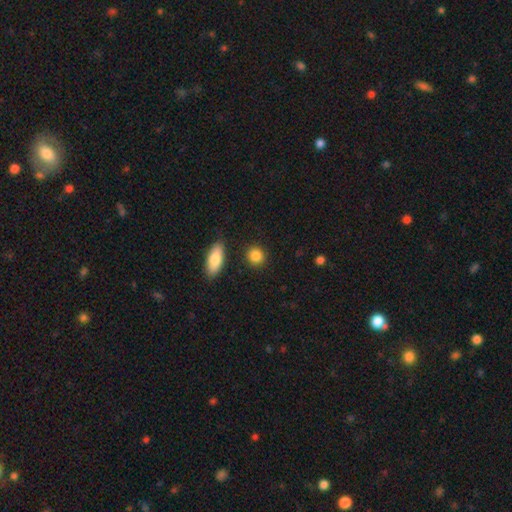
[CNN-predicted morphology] Smooth or featured: smooth — 87% (star or artifact — 8%)
How rounded: round — 79% (in between — 19%)
Merging: none — 88% (minor disturbance — 7%)